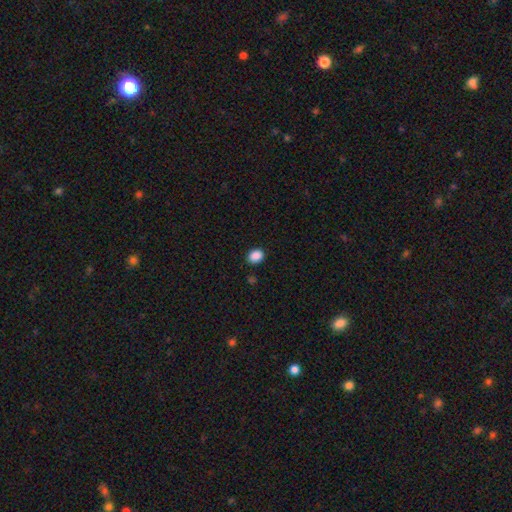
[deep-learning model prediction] Smooth or featured? Predicted: smooth (p=0.88). How rounded? Predicted: round (p=0.51). Merging? Predicted: none (p=0.89).